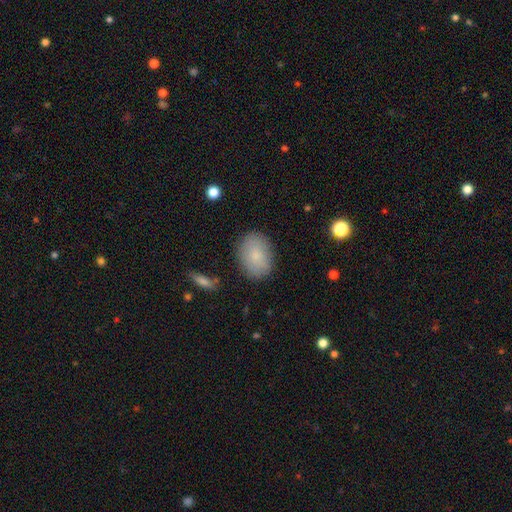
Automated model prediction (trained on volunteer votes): Smooth or featured? Predicted: smooth (p=0.82). How rounded? Predicted: in between (p=0.80). Merging? Predicted: none (p=0.85).